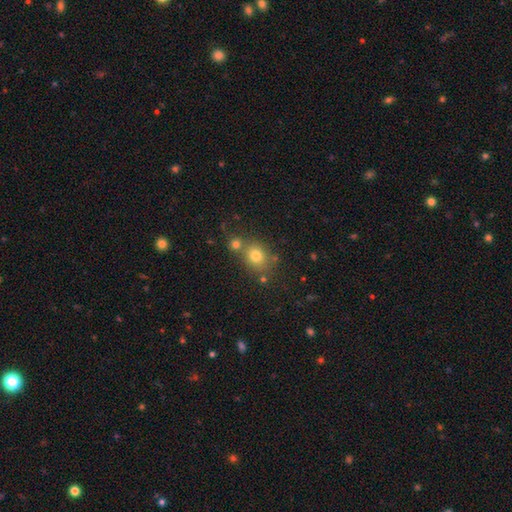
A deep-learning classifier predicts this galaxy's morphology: type=smooth (74%); roundness=round (67%); merging=none (61%).